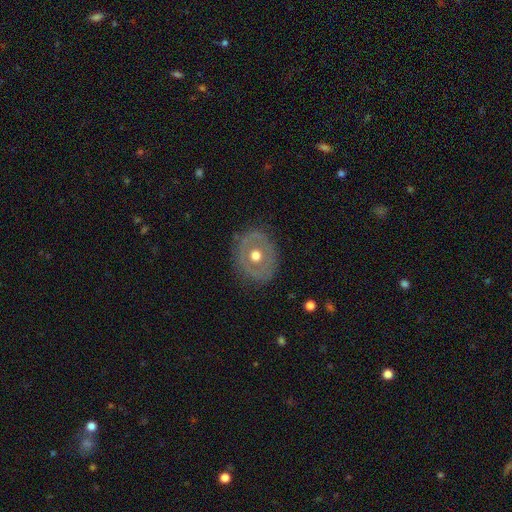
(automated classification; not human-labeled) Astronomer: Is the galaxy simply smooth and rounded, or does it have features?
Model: featured or disk — 58% (runner-up: smooth, 36%).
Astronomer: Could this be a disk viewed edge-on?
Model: no — 94%.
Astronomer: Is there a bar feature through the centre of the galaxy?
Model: no — 90%.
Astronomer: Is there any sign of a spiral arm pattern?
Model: no — 85%.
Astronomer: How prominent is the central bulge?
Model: moderate — 78%.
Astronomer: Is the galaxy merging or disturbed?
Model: none — 78%.